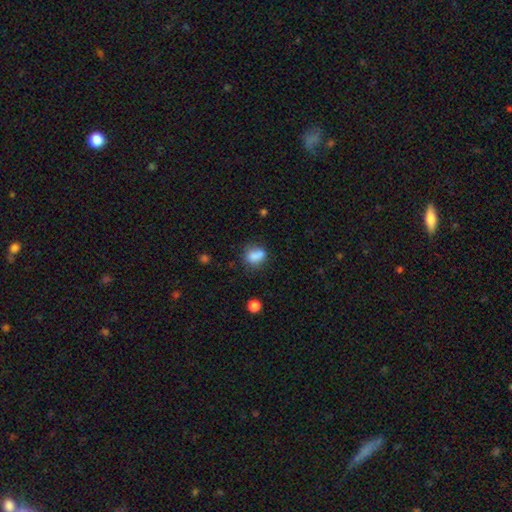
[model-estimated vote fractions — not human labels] The model was most divided on "how rounded": in between: 57%, round: 41%, cigar-shaped: 2%. More confident: smooth or featured — smooth (81%); merging — none (56%).